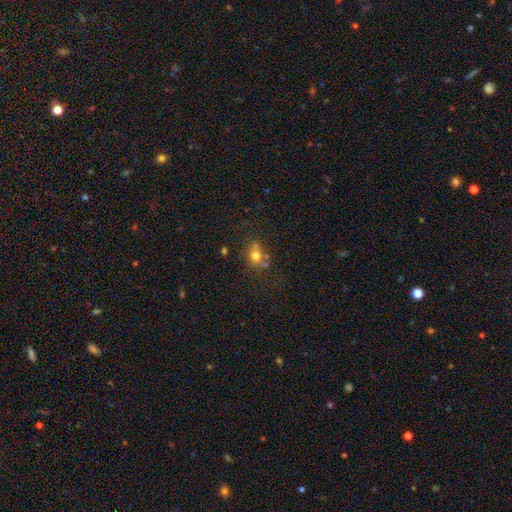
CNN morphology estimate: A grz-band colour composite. It shows a smooth galaxy with no disk features (69%) that is round (68%). Merging: none (56%).